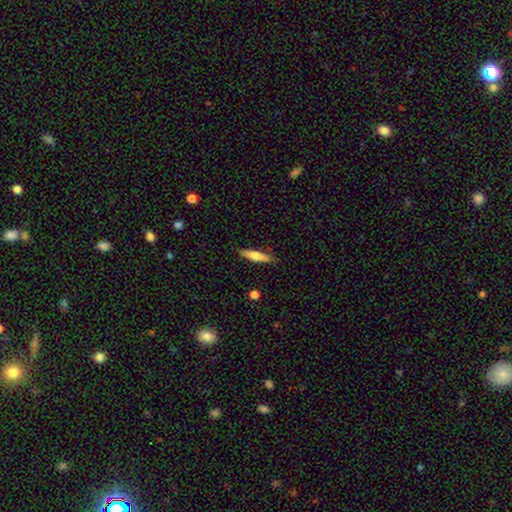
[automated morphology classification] The model was most divided on "smooth or featured": smooth: 70%, featured or disk: 24%, star or artifact: 6%. More confident: merging — none (87%); how rounded — cigar-shaped (80%).